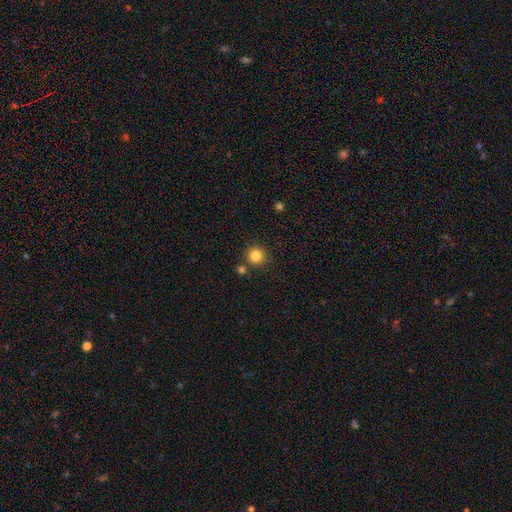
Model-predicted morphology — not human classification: Overall: smooth (84%). How rounded: round (93%). Merging: none (81%).